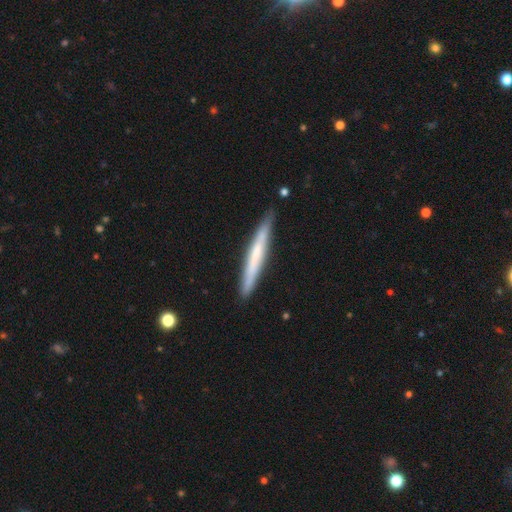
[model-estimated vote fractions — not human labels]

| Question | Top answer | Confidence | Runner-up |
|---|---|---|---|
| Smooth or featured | smooth | 51% | featured or disk (43%) |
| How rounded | cigar-shaped | 96% | in between (3%) |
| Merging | none | 88% | minor disturbance (9%) |